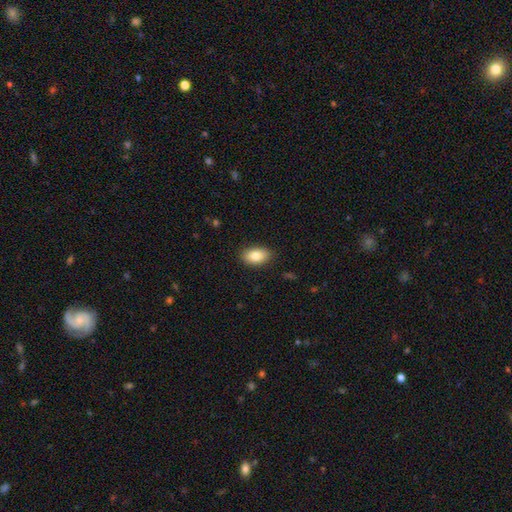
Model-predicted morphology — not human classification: Smooth or featured? smooth (83%)
How rounded? in between (90%)
Merging? none (86%)